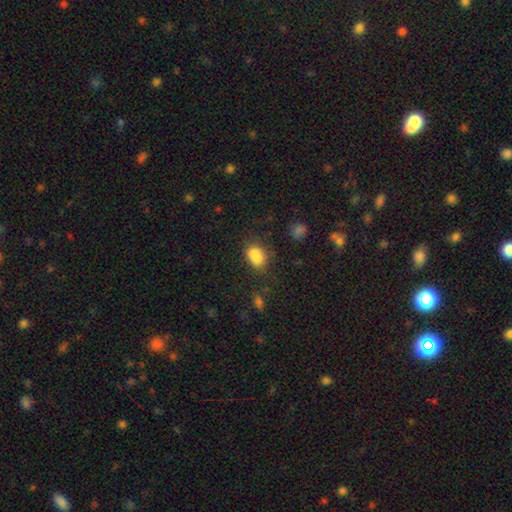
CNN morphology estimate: smooth 79%, star or artifact 11%, featured or disk 9%. Down the decision tree: how rounded — in between (69%); merging — none (49%).